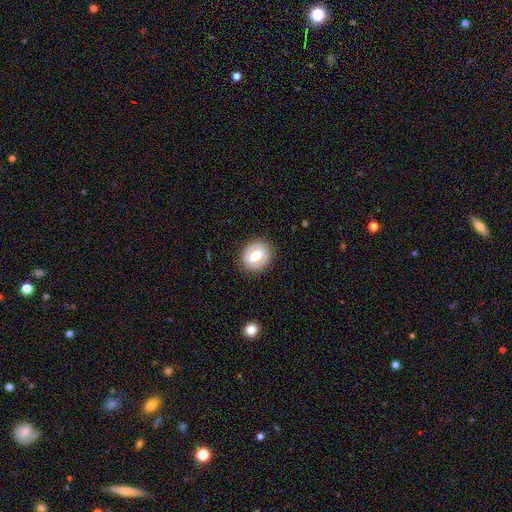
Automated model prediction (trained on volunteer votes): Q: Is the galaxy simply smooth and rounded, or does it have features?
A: smooth — 54%.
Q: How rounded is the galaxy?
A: round — 71%.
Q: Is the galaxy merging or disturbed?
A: none — 87%.